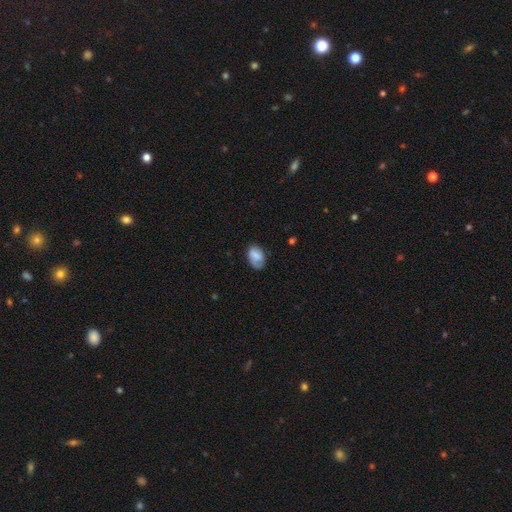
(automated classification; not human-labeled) smooth_or_featured: smooth (p=0.69) [alt: featured or disk p=0.23]
how_rounded: in between (p=0.86) [alt: round p=0.12]
merging: none (p=0.63) [alt: minor disturbance p=0.27]